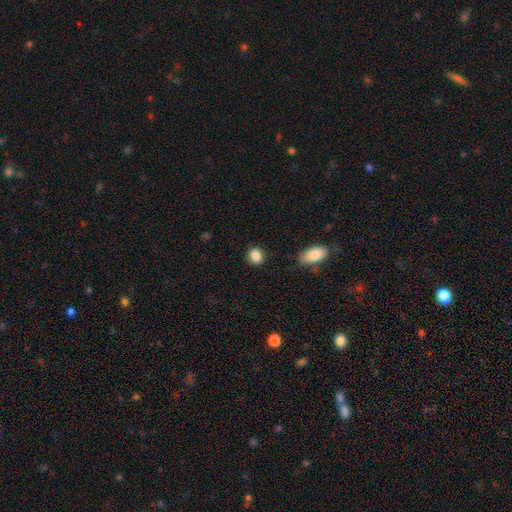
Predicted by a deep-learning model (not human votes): This is clearly a smooth galaxy (86%). How rounded: likely round (60%). Merging: clearly none (82%).